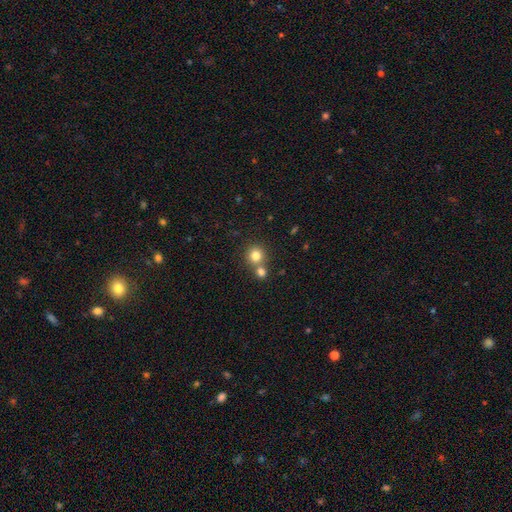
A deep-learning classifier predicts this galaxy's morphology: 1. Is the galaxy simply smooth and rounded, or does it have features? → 80% smooth, 13% star or artifact, 7% featured or disk.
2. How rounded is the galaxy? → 91% round, 8% in between, 1% cigar-shaped.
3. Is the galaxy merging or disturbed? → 59% none, 33% merger, 6% minor disturbance, 2% major disturbance.